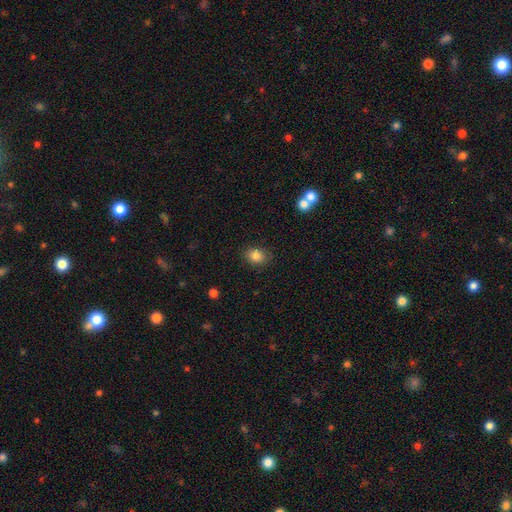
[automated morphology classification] A smooth galaxy with no disk features (84%) that is round (51%).

Vote fractions:
- Smooth or featured? smooth: 84% / star or artifact: 10% / featured or disk: 6%
- How rounded? round: 51% / in between: 48% / cigar-shaped: 1%
- Merging? none: 85% / minor disturbance: 11% / major disturbance: 3% / merger: 2%